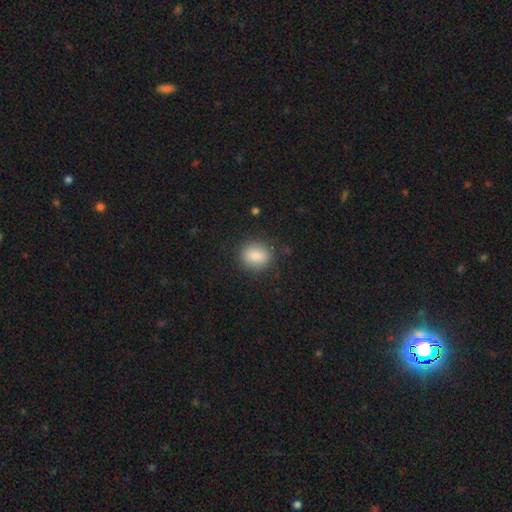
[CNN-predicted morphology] smooth-or-featured: smooth: 85% | star or artifact: 8% | featured or disk: 7%
  how-rounded: round: 69% | in between: 29% | cigar-shaped: 1%
  merging: none: 86% | minor disturbance: 10% | major disturbance: 3% | merger: 1%